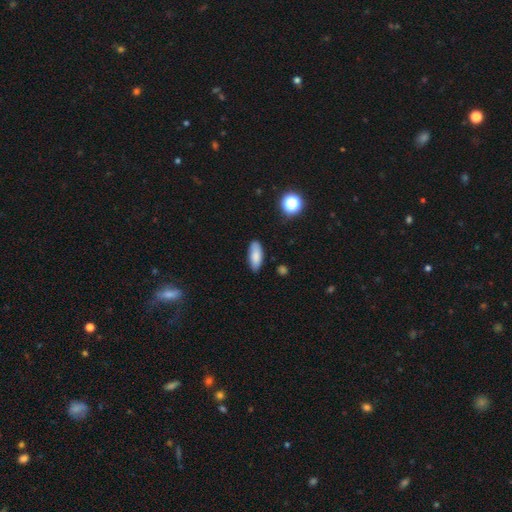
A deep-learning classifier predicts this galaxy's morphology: smooth 83%, featured or disk 9%, star or artifact 8%. Down the decision tree: how rounded — in between (78%); merging — none (81%).